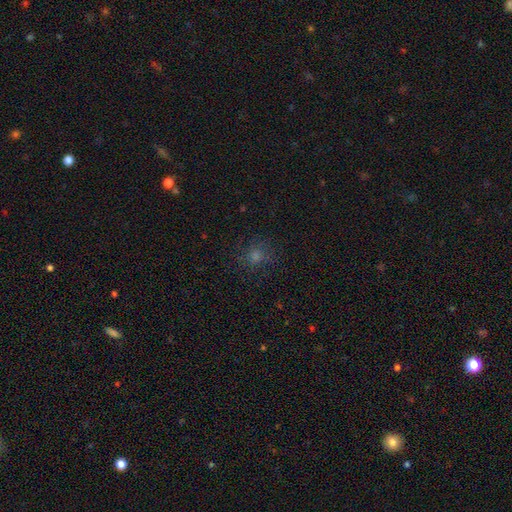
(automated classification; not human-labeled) Q: Smooth or featured?
A: smooth (60%); runner-up: star or artifact (30%)
Q: How rounded?
A: round (83%); runner-up: in between (16%)
Q: Merging?
A: none (80%); runner-up: minor disturbance (13%)